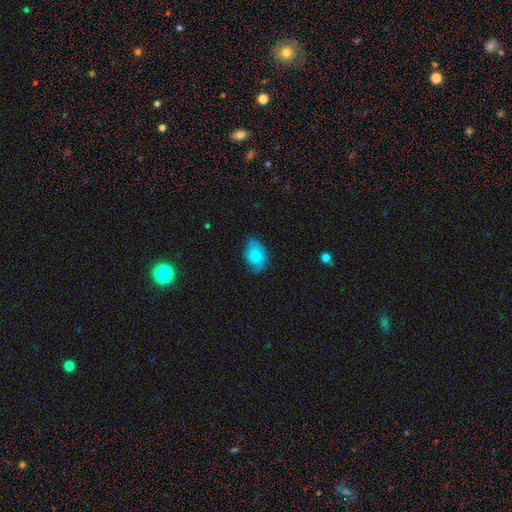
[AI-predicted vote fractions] This is likely a smooth galaxy (70%). How rounded: likely in between (80%). Merging: likely none (63%).